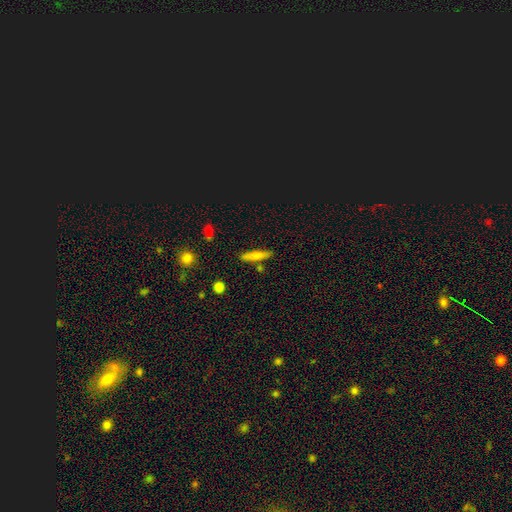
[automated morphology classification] type=smooth (72%); roundness=cigar-shaped (83%); merging=none (82%).